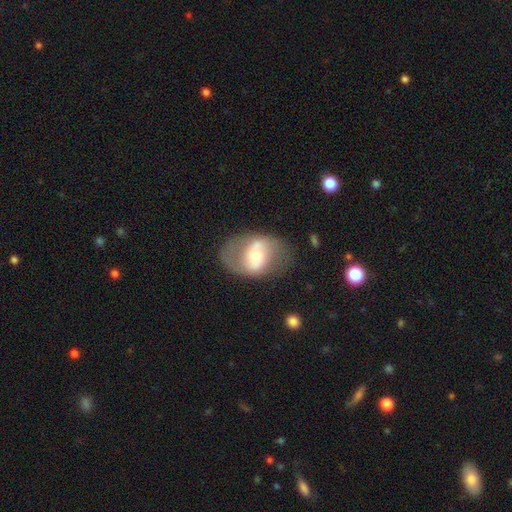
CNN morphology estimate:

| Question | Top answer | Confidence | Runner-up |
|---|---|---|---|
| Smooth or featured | featured or disk | 63% | smooth (30%) |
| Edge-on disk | no | 94% | yes (6%) |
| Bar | weak | 37% | strong (32%) |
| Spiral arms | yes | 64% | no (36%) |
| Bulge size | moderate | 52% | small (32%) |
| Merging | none | 63% | minor disturbance (19%) |